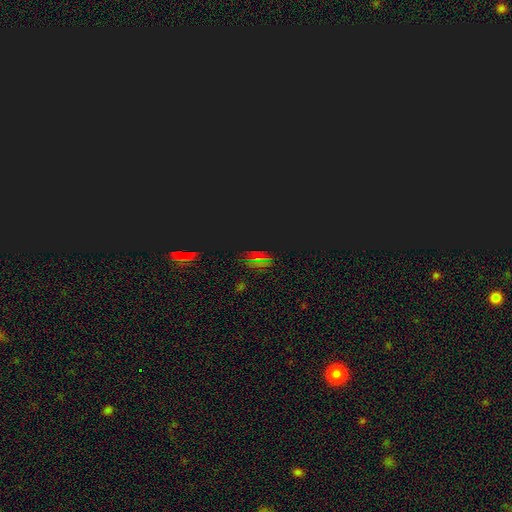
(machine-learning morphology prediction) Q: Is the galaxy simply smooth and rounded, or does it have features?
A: star or artifact — 61%.